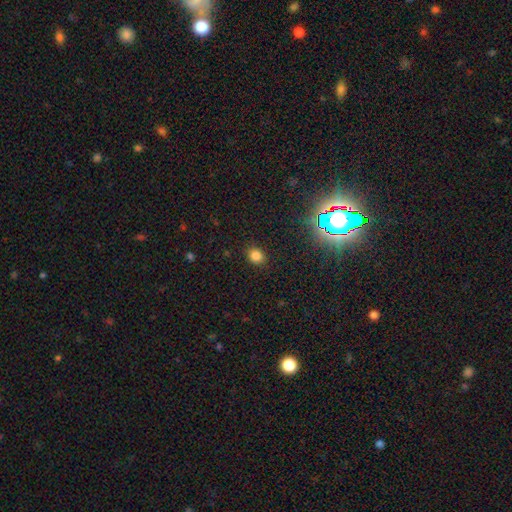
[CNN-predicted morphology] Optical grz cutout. It shows a smooth galaxy with no disk features (80%) that is round (70%). Merging: none (89%).